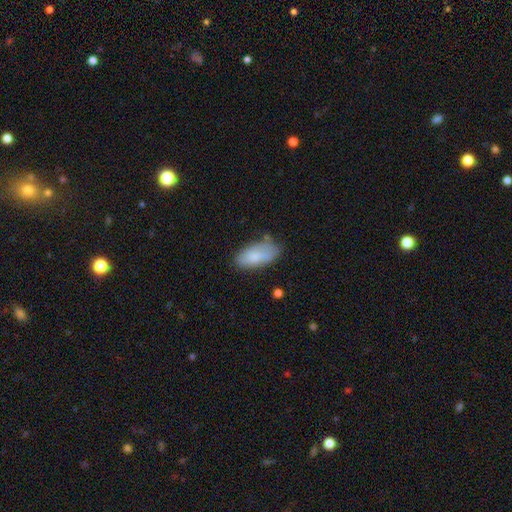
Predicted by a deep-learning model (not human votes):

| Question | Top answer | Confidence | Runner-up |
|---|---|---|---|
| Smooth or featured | smooth | 79% | featured or disk (14%) |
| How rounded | in between | 91% | cigar-shaped (6%) |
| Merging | none | 65% | minor disturbance (25%) |